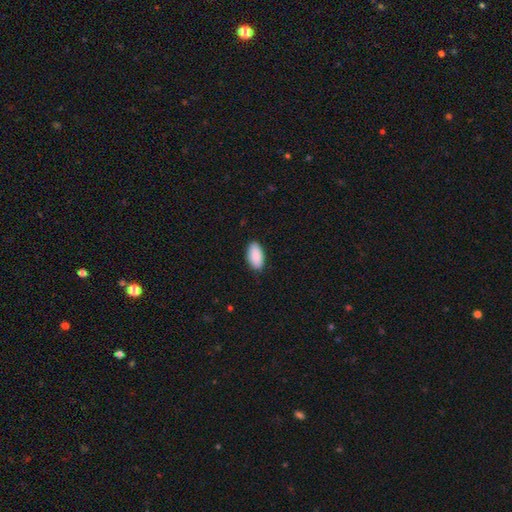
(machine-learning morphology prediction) smooth_or_featured: smooth (p=0.90) [alt: star or artifact p=0.06]
how_rounded: in between (p=0.95) [alt: cigar-shaped p=0.03]
merging: none (p=0.85) [alt: minor disturbance p=0.12]